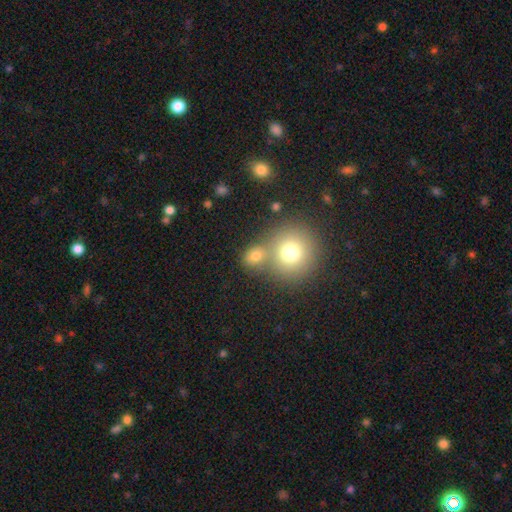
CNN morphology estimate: Smooth or featured?
  - smooth: 76% *
  - star or artifact: 14%
  - featured or disk: 10%
How rounded?
  - round: 73% *
  - in between: 25%
  - cigar-shaped: 1%
Merging?
  - none: 49% *
  - merger: 39%
  - minor disturbance: 8%
  - major disturbance: 4%